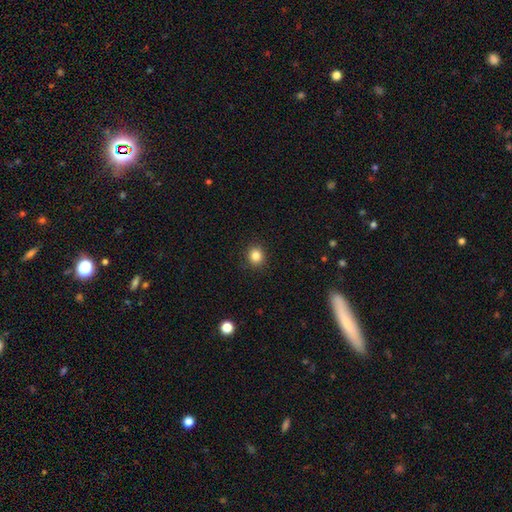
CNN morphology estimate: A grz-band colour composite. It shows a smooth galaxy with no disk features (84%) that is round (85%). Merging: none (91%).